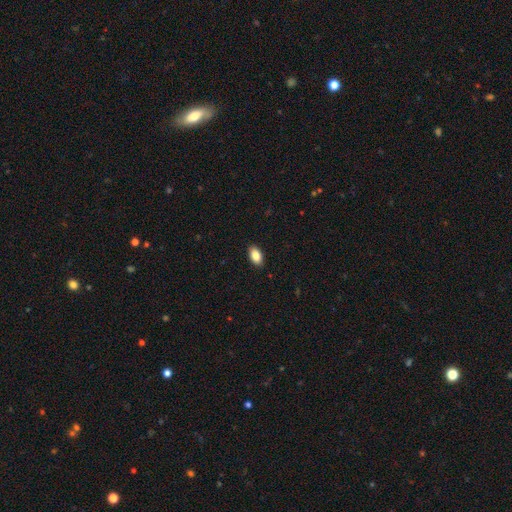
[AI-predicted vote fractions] Smooth or featured? smooth (86%)
How rounded? in between (92%)
Merging? none (89%)